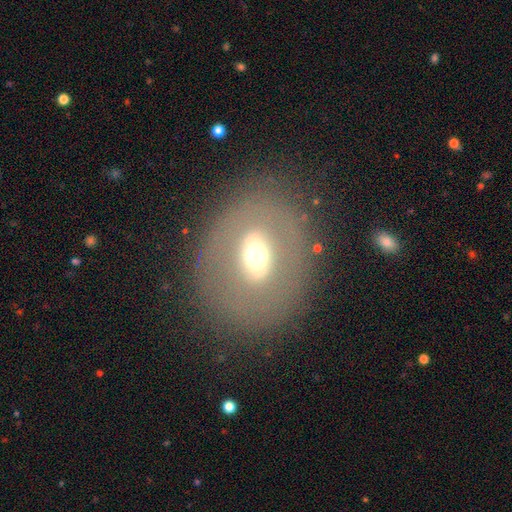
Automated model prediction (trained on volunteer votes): Morphology: type=featured or disk (52%); edge-on=no (88%); merging=none (80%).